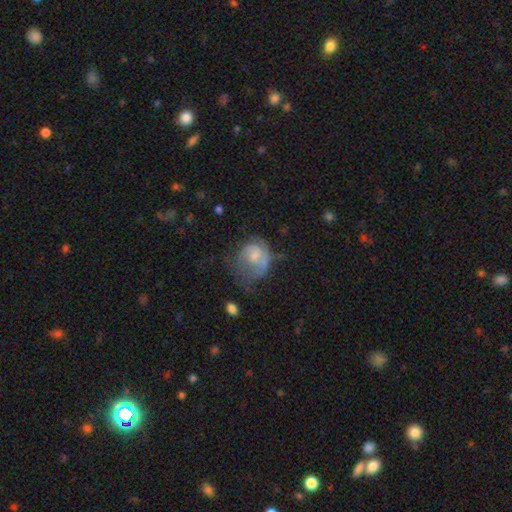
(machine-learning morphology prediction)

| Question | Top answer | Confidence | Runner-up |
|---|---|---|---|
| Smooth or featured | featured or disk | 57% | smooth (35%) |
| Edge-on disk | no | 97% | yes (3%) |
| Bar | no | 69% | weak (27%) |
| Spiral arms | yes | 72% | no (28%) |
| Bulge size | small | 45% | moderate (38%) |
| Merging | major disturbance | 37% | none (33%) |